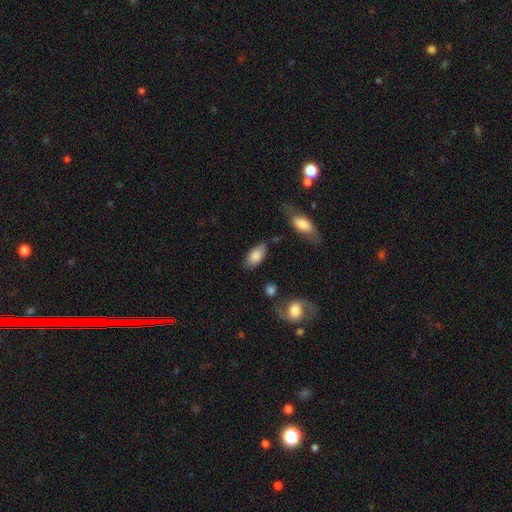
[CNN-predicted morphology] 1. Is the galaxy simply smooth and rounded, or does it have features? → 82% smooth, 12% featured or disk, 6% star or artifact.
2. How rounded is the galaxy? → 92% in between, 5% cigar-shaped, 3% round.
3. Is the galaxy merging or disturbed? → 74% none, 18% minor disturbance, 5% major disturbance, 4% merger.